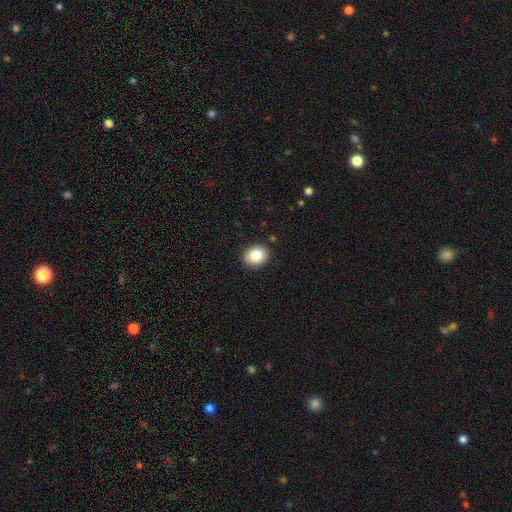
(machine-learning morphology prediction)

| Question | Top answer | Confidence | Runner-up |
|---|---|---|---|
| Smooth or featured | smooth | 85% | star or artifact (9%) |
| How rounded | round | 59% | in between (40%) |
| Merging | none | 90% | minor disturbance (7%) |